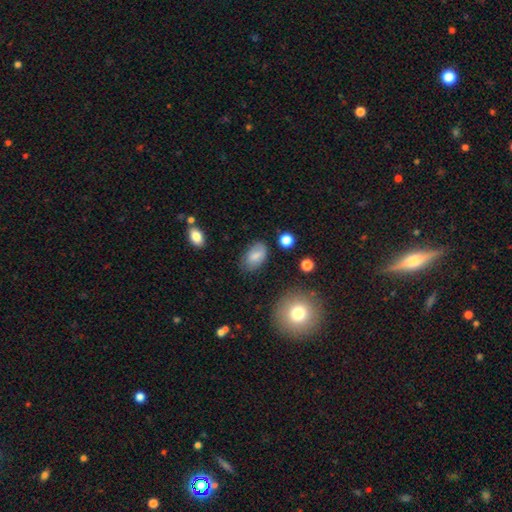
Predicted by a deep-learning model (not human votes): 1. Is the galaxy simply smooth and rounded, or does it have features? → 78% smooth, 13% featured or disk, 9% star or artifact.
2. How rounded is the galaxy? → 91% in between, 7% round, 2% cigar-shaped.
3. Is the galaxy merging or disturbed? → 71% none, 21% minor disturbance, 5% major disturbance, 2% merger.